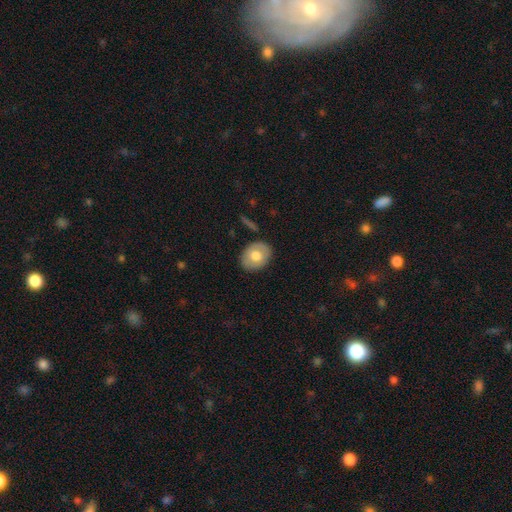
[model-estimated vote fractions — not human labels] Smooth or featured? smooth (66%)
How rounded? in between (55%)
Merging? none (86%)